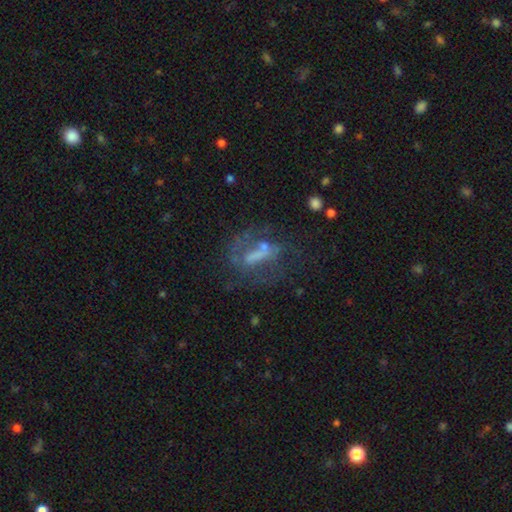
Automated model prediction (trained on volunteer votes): A featured or disk galaxy (60%) with a strong bar (35%), no spiral arms (56%) and no central bulge (38%). Merging: none (43%).